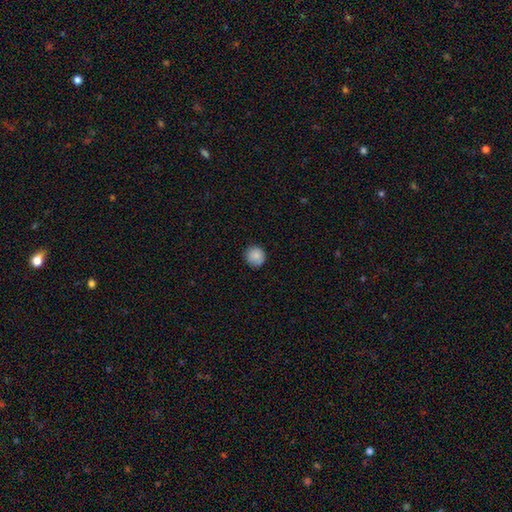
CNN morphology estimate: The model was most divided on "smooth or featured": smooth: 86%, star or artifact: 8%, featured or disk: 5%. More confident: how rounded — round (94%); merging — none (88%).